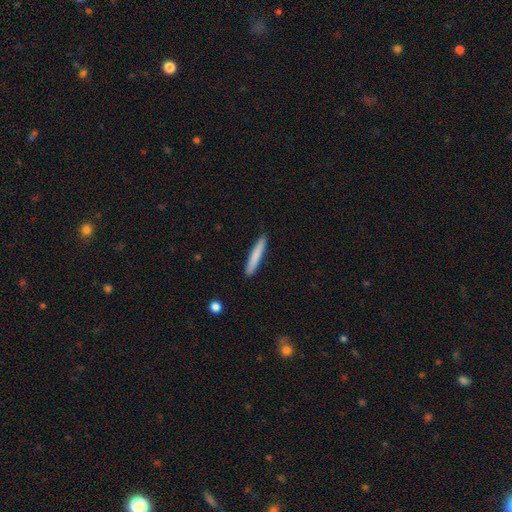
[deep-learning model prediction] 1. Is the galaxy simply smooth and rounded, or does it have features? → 79% smooth, 16% featured or disk, 5% star or artifact.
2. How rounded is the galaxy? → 95% cigar-shaped, 4% in between, 1% round.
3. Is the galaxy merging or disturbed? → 90% none, 7% minor disturbance, 1% major disturbance, 1% merger.